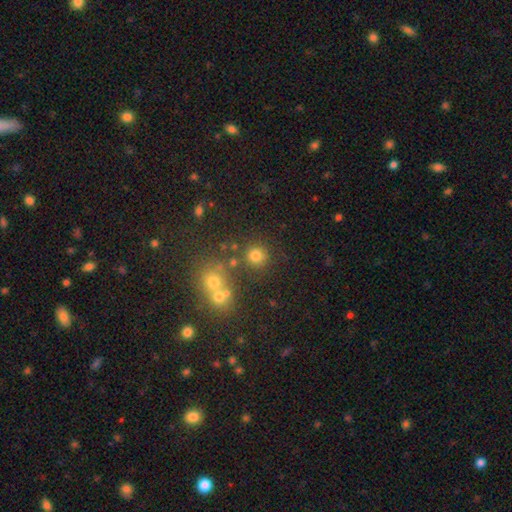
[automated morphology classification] Overall: smooth (75%). How rounded: round (91%). Merging: none (79%).